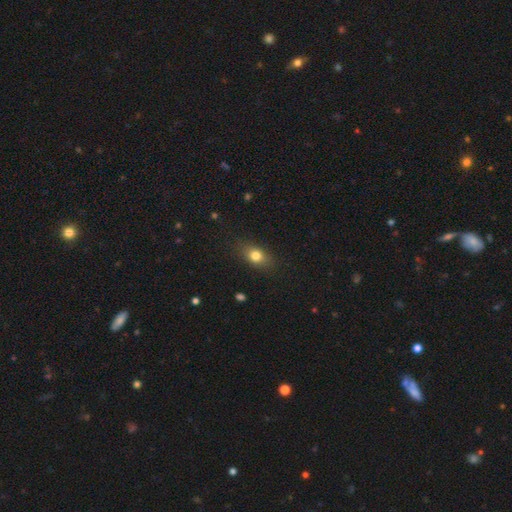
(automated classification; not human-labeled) A smooth galaxy with no disk features (79%) that is in between round and cigar-shaped (68%).

Vote fractions:
- Smooth or featured? smooth: 79% / featured or disk: 11% / star or artifact: 10%
- How rounded? in between: 68% / round: 26% / cigar-shaped: 5%
- Merging? none: 81% / minor disturbance: 14% / major disturbance: 4% / merger: 1%